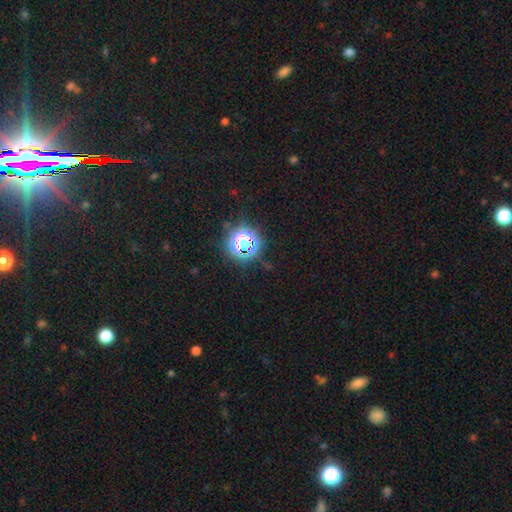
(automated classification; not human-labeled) A star or artifact, not a galaxy (77%).